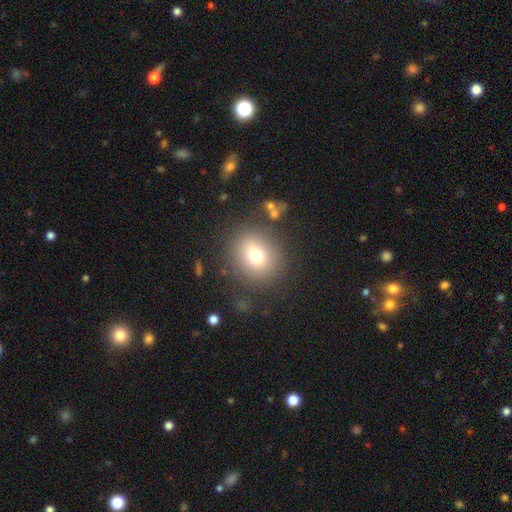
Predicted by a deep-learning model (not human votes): Smooth or featured? Predicted: smooth (p=0.72). How rounded? Predicted: round (p=0.83). Merging? Predicted: none (p=0.82).